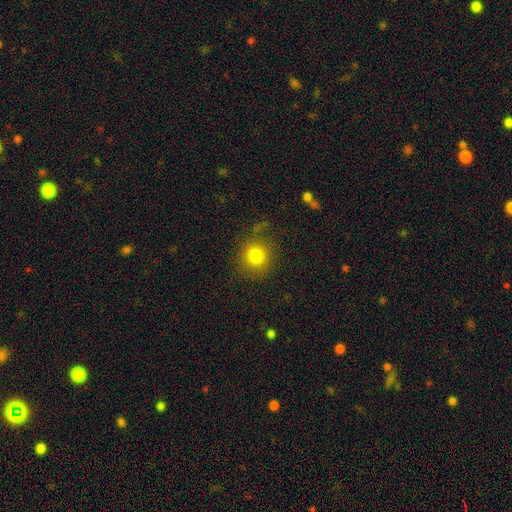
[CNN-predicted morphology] Smooth or featured? smooth (79%)
How rounded? round (88%)
Merging? none (81%)